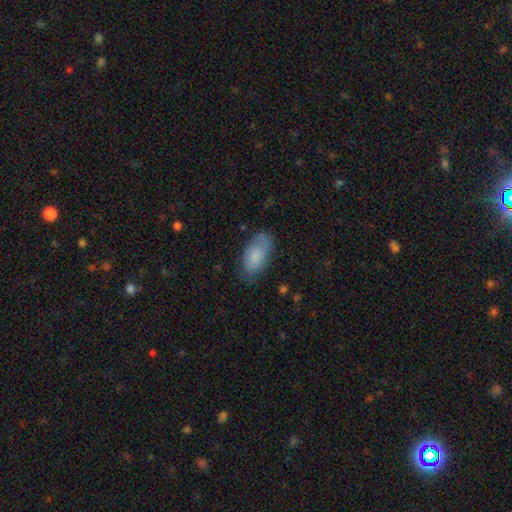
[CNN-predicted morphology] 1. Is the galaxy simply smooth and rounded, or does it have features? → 80% smooth, 13% featured or disk, 6% star or artifact.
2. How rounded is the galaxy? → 93% in between, 4% cigar-shaped, 3% round.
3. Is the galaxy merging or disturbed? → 71% none, 22% minor disturbance, 6% major disturbance, 2% merger.